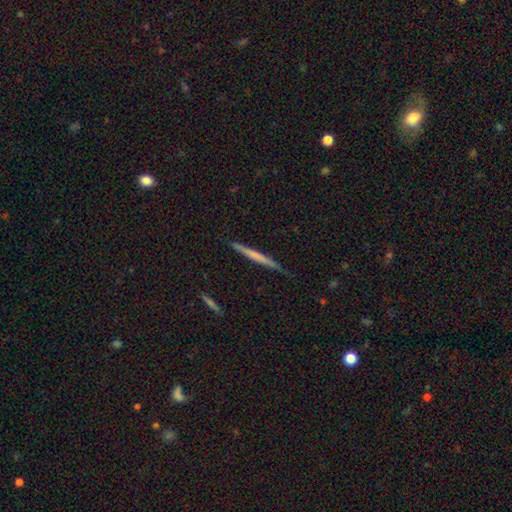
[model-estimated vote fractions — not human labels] Q: Smooth or featured?
A: smooth (48%); runner-up: featured or disk (46%)
Q: Merging?
A: none (86%); runner-up: minor disturbance (11%)